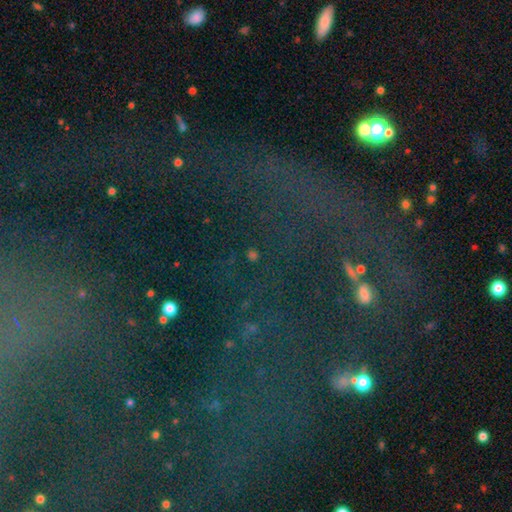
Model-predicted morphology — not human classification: smooth-or-featured: star or artifact: 72% | smooth: 17% | featured or disk: 11%